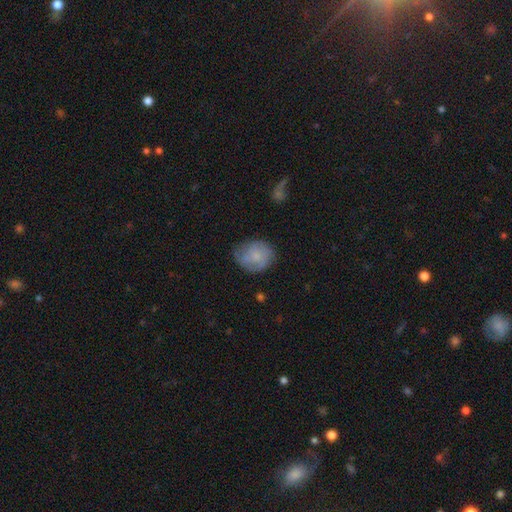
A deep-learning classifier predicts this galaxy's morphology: Smooth or featured?
  - smooth: 55% *
  - featured or disk: 37%
  - star or artifact: 8%
How rounded?
  - round: 64% *
  - in between: 35%
  - cigar-shaped: 1%
Merging?
  - none: 66% *
  - minor disturbance: 24%
  - major disturbance: 8%
  - merger: 2%